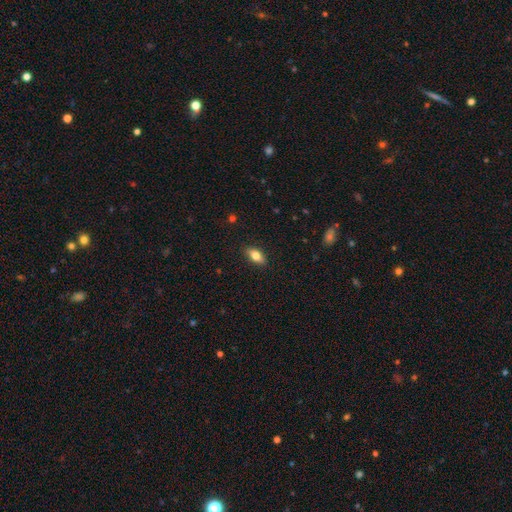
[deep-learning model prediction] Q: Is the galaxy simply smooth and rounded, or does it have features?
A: smooth — 77%.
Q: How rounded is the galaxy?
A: in between — 86%.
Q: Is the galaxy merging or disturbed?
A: none — 88%.